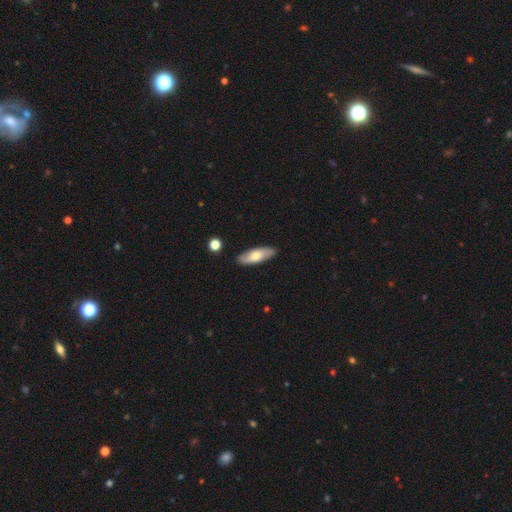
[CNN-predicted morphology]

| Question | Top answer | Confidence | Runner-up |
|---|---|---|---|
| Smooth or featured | smooth | 67% | featured or disk (28%) |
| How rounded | in between | 63% | cigar-shaped (34%) |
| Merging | none | 87% | minor disturbance (9%) |